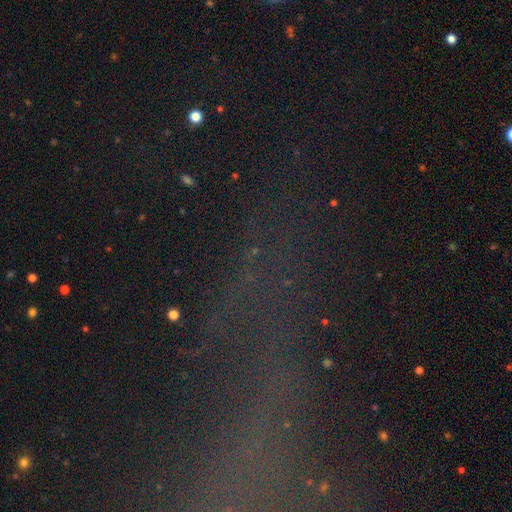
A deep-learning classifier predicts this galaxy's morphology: The model was most divided on "smooth or featured": star or artifact: 70%, smooth: 15%, featured or disk: 15%.